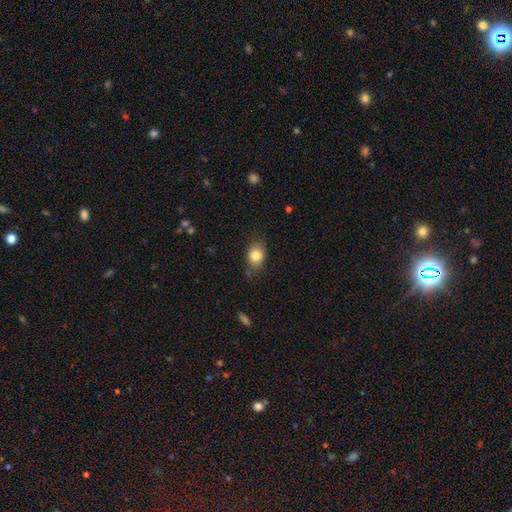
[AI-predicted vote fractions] smooth-or-featured: smooth: 82% | featured or disk: 9% | star or artifact: 9%
  how-rounded: in between: 64% | round: 35% | cigar-shaped: 1%
  merging: none: 74% | minor disturbance: 19% | major disturbance: 4% | merger: 3%